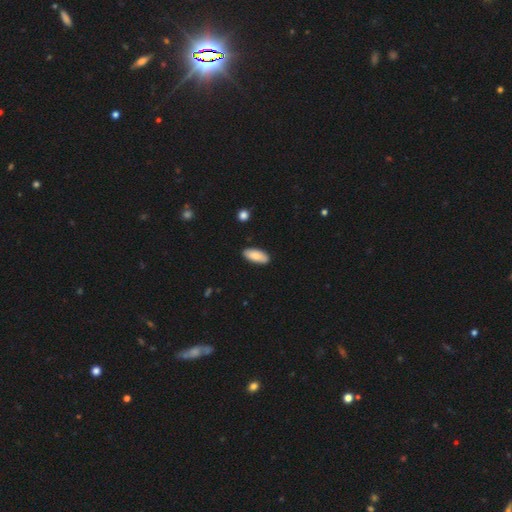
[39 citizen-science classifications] This is likely a smooth galaxy (72%). How rounded: clearly in between (96%). Merging: clearly none (89%).